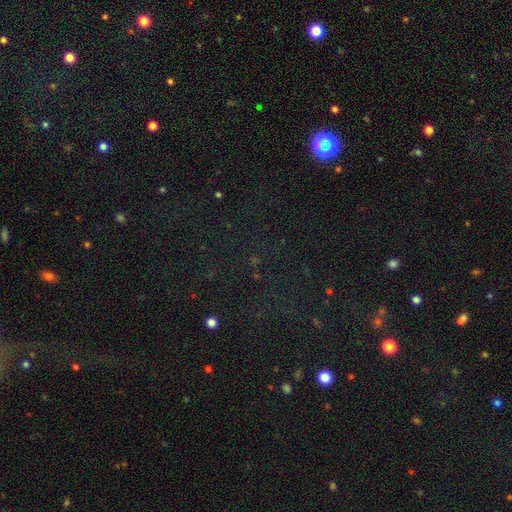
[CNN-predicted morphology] Smooth or featured?
  - star or artifact: 72% *
  - smooth: 18%
  - featured or disk: 11%